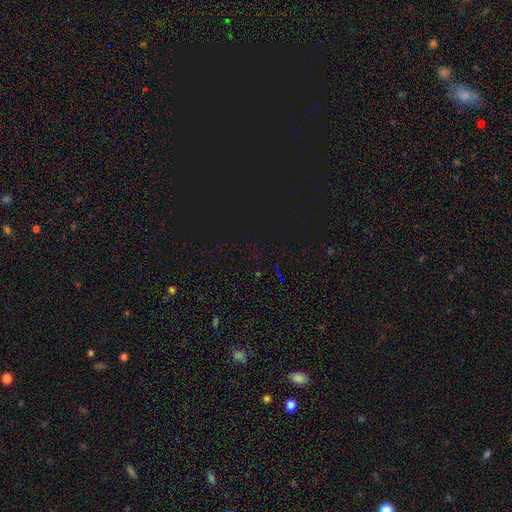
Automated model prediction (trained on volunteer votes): smooth_or_featured: star or artifact (p=0.78) [alt: smooth p=0.15]